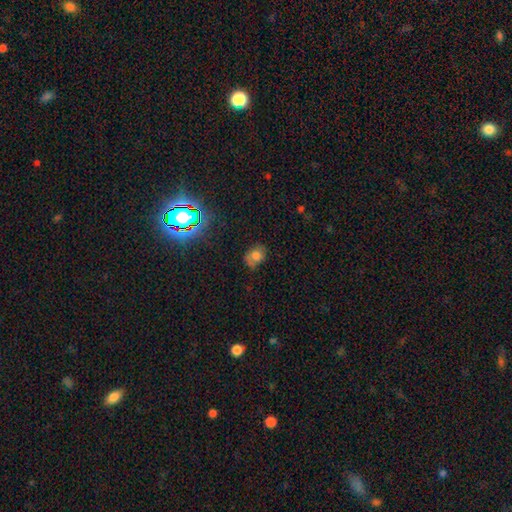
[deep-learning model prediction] smooth_or_featured: smooth (p=0.70) [alt: star or artifact p=0.15]
how_rounded: in between (p=0.58) [alt: round p=0.41]
merging: none (p=0.60) [alt: minor disturbance p=0.28]